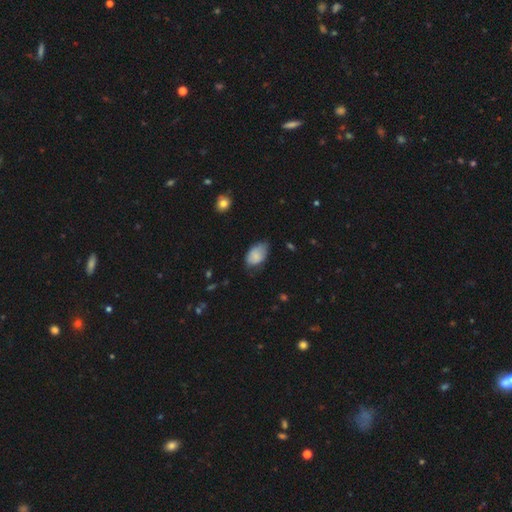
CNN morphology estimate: A smooth galaxy with no disk features (83%) that is in between round and cigar-shaped (91%).

Vote fractions:
- Smooth or featured? smooth: 83% / featured or disk: 10% / star or artifact: 7%
- How rounded? in between: 91% / round: 8% / cigar-shaped: 1%
- Merging? none: 50% / minor disturbance: 40% / major disturbance: 9% / merger: 2%